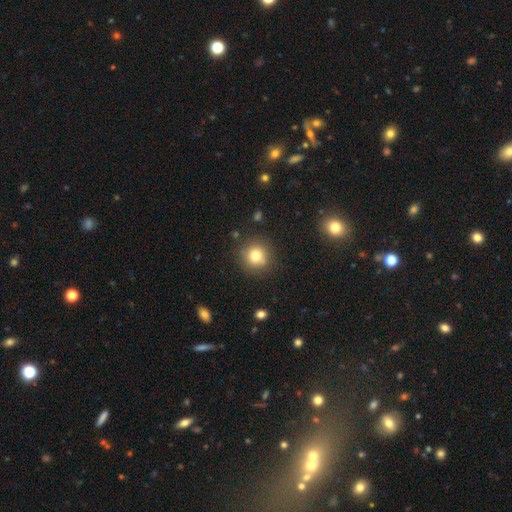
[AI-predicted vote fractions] smooth 79%, star or artifact 12%, featured or disk 9%. Down the decision tree: how rounded — round (91%); merging — none (85%).